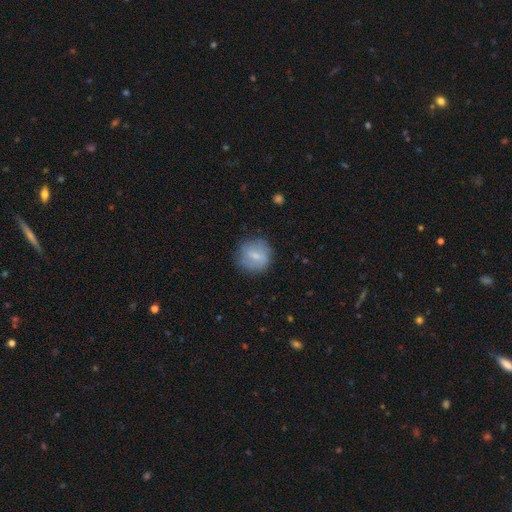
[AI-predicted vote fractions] Smooth or featured?
  - smooth: 62% *
  - featured or disk: 30%
  - star or artifact: 8%
How rounded?
  - round: 83% *
  - in between: 16%
  - cigar-shaped: 2%
Merging?
  - none: 75% *
  - minor disturbance: 18%
  - major disturbance: 6%
  - merger: 1%